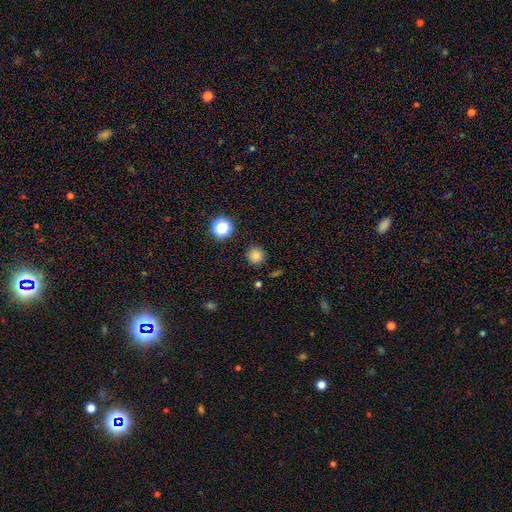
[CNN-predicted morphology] Smooth or featured? Predicted: smooth (p=0.81). How rounded? Predicted: round (p=0.95). Merging? Predicted: none (p=0.89).